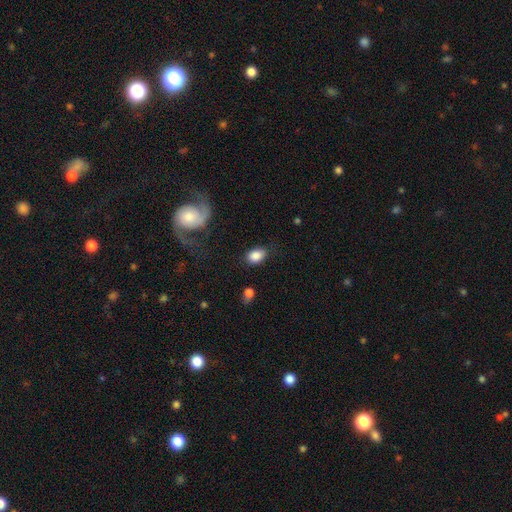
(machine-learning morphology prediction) type=smooth (86%); roundness=in between (82%); merging=none (76%).